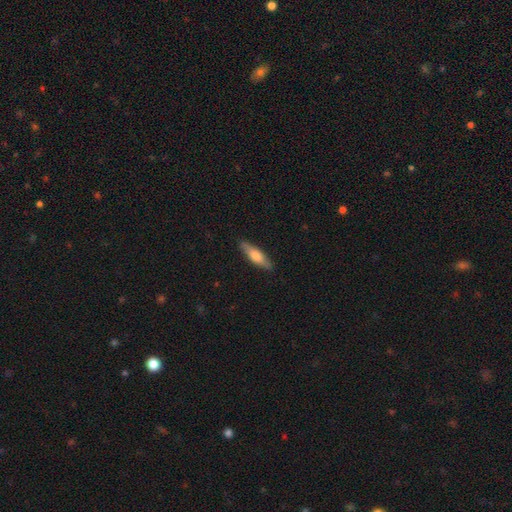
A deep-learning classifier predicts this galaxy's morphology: Smooth or featured?
  - smooth: 62% *
  - featured or disk: 32%
  - star or artifact: 5%
How rounded?
  - cigar-shaped: 63% *
  - in between: 35%
  - round: 2%
Merging?
  - none: 87% *
  - minor disturbance: 10%
  - major disturbance: 2%
  - merger: 1%